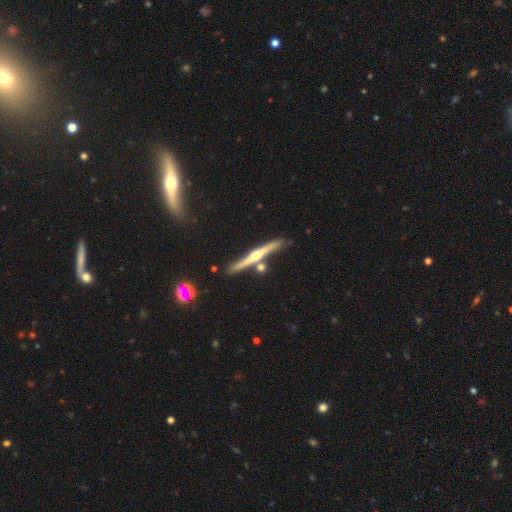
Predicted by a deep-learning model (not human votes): Smooth or featured? featured or disk (77%)
Edge-on disk? yes (97%)
Edge-on bulge? rounded (88%)
Merging? none (77%)